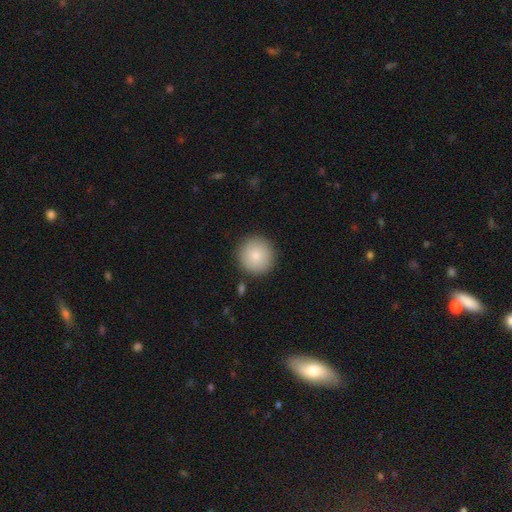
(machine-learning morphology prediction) Smooth or featured: smooth — 84% (featured or disk — 9%)
How rounded: round — 94% (in between — 5%)
Merging: none — 88% (minor disturbance — 8%)